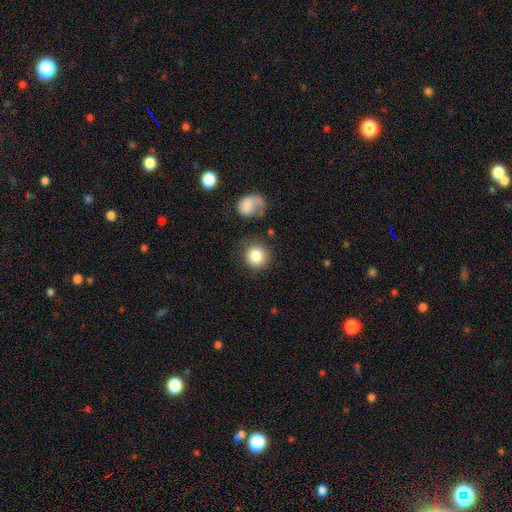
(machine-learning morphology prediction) Smooth or featured: smooth — 84% (star or artifact — 8%)
How rounded: round — 92% (in between — 7%)
Merging: none — 78% (minor disturbance — 11%)